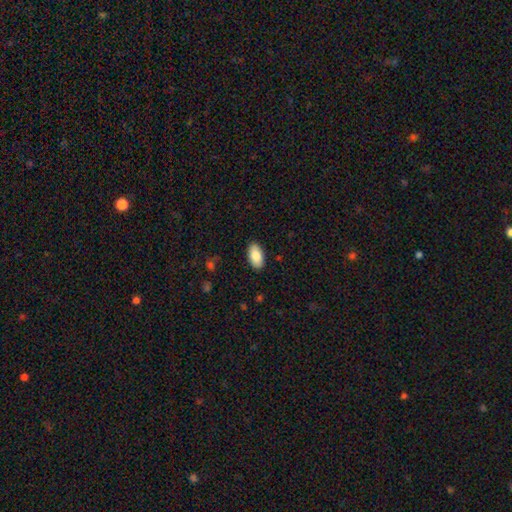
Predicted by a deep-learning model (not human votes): Smooth or featured? smooth (85%)
How rounded? in between (95%)
Merging? none (89%)